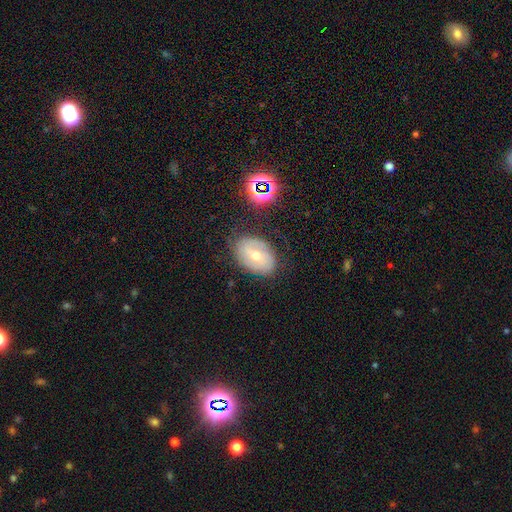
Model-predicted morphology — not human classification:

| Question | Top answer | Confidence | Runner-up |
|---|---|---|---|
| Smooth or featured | featured or disk | 53% | smooth (36%) |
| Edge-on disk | no | 93% | yes (7%) |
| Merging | none | 75% | minor disturbance (18%) |